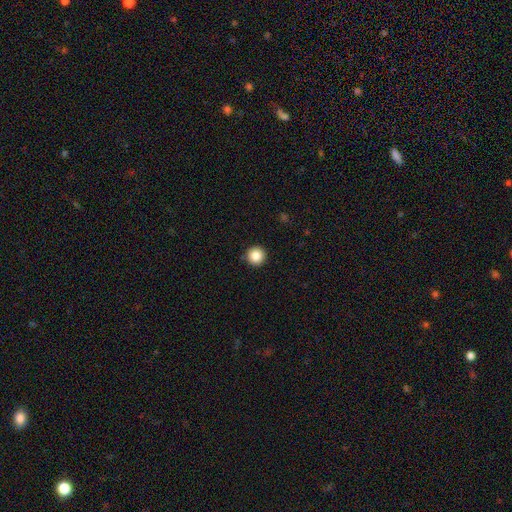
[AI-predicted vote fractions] smooth_or_featured: smooth (p=0.86) [alt: star or artifact p=0.10]
how_rounded: round (p=0.96) [alt: in between p=0.03]
merging: none (p=0.92) [alt: minor disturbance p=0.06]